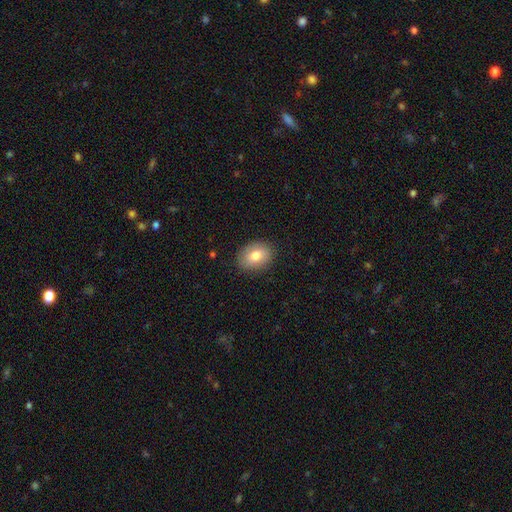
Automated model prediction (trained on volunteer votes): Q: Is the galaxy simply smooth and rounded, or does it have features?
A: smooth — 78%.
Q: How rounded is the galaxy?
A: in between — 68%.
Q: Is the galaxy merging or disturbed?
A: none — 85%.